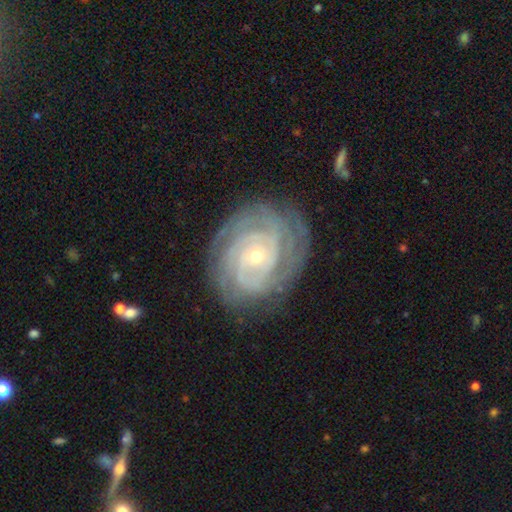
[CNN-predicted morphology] This appears to be a featured or disk galaxy (89%) with no bar (72%), tight (83%) spiral arms (97%) and a small central bulge (68%). Merging: none (80%).